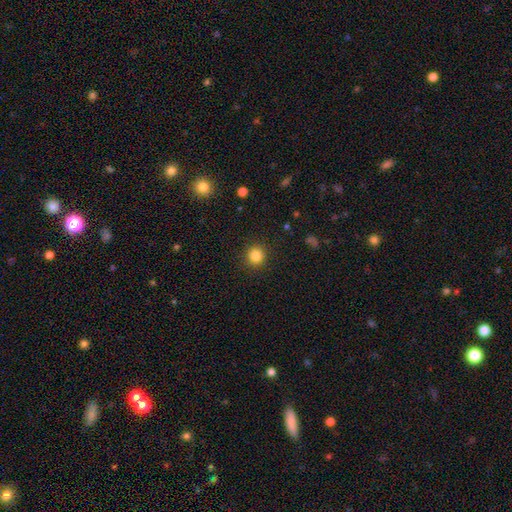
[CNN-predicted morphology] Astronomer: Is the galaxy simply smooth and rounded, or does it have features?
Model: smooth — 84%.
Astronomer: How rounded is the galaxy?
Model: round — 93%.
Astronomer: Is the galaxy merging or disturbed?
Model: none — 91%.